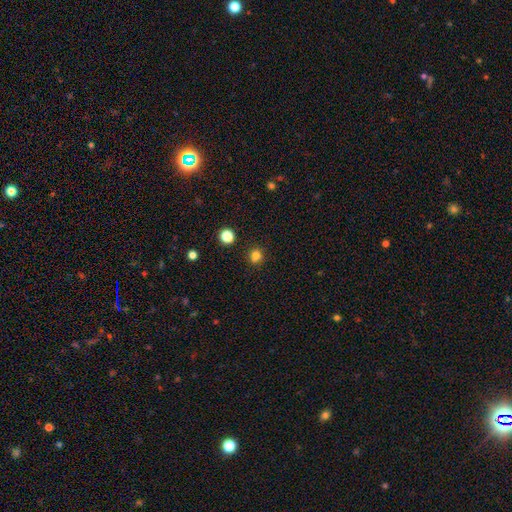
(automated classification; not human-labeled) A smooth galaxy with no disk features (81%) that is round (84%). Merging: none (83%).